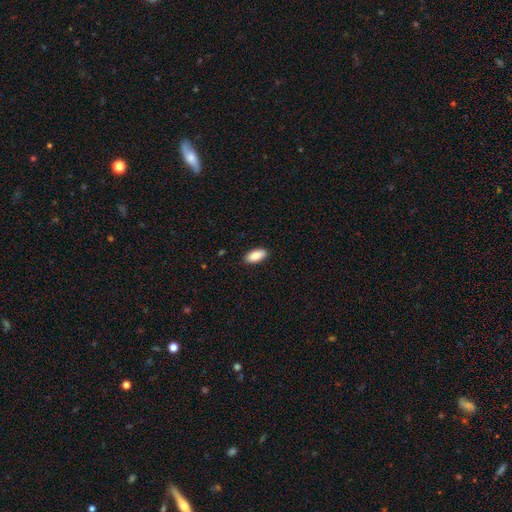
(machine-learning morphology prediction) Smooth or featured: smooth — 88% (star or artifact — 6%)
How rounded: in between — 89% (cigar-shaped — 9%)
Merging: none — 89% (minor disturbance — 8%)